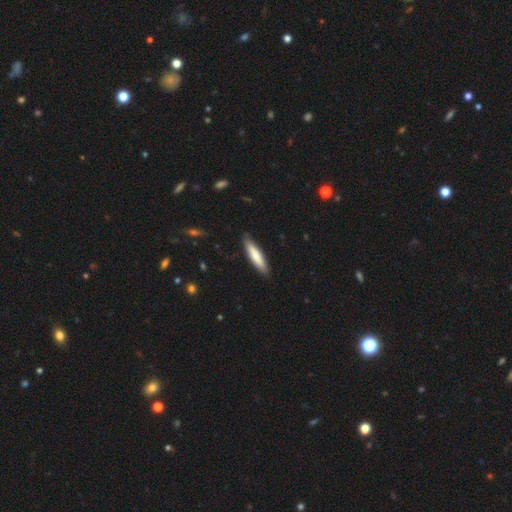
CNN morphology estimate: smooth 70%, featured or disk 25%, star or artifact 5%. Down the decision tree: how rounded — cigar-shaped (81%); merging — none (87%).